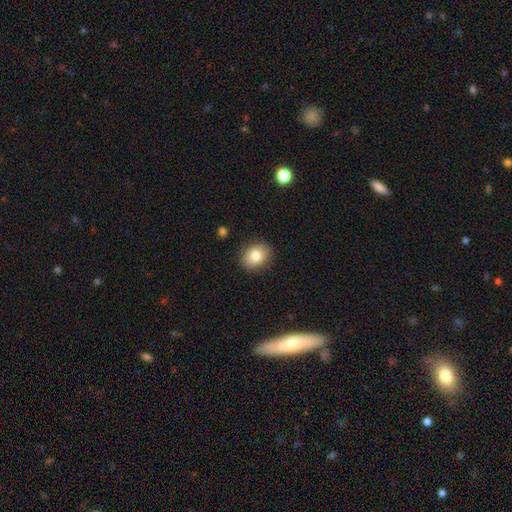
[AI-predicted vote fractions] The model was most divided on "how rounded": in between: 50%, round: 49%, cigar-shaped: 1%. More confident: merging — none (88%); smooth or featured — smooth (81%).